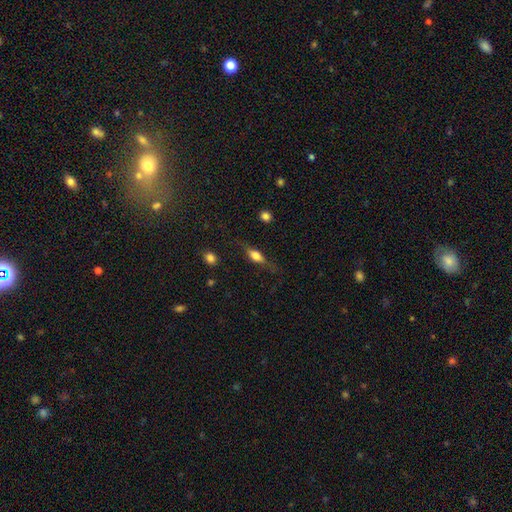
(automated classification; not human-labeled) Smooth or featured? smooth (50%)
How rounded? in between (51%)
Merging? none (70%)